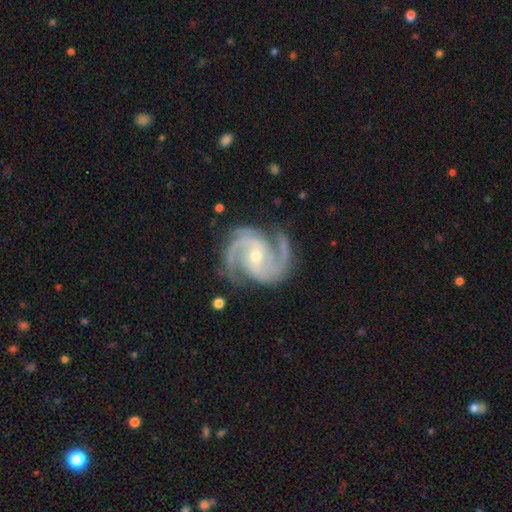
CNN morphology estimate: The model was most divided on "bar": weak: 41%, no: 39%, strong: 20%. More confident: spiral arms — yes (99%); edge-on disk — no (98%); smooth or featured — featured or disk (94%); merging — none (77%); bulge size — small (54%); spiral arm count — 2 (54%); spiral winding — medium (52%).